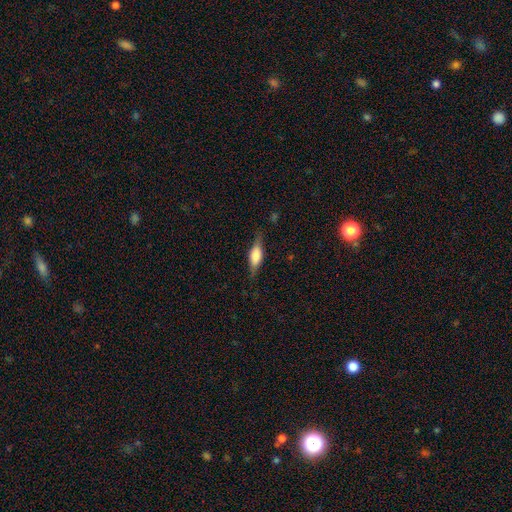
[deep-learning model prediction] Overall: smooth (51%; featured or disk 42%). How rounded: in between (60%; cigar-shaped 36%). Merging: none (76%).